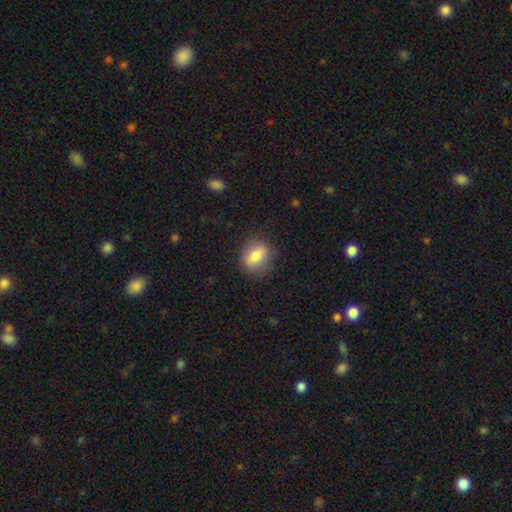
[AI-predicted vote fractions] Smooth or featured: smooth — 79% (featured or disk — 13%)
How rounded: in between — 66% (round — 32%)
Merging: none — 81% (minor disturbance — 14%)